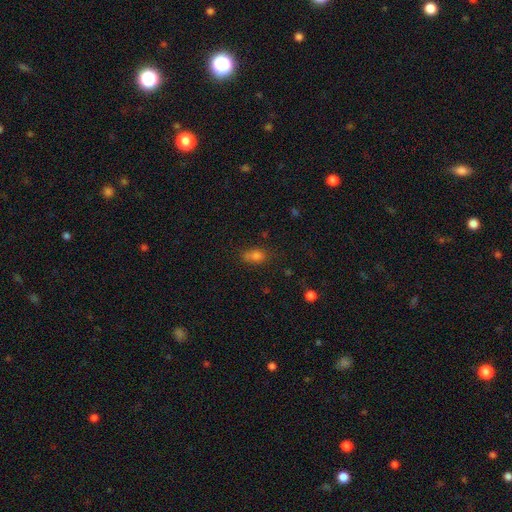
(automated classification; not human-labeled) Smooth or featured?
  - smooth: 75% *
  - star or artifact: 17%
  - featured or disk: 9%
How rounded?
  - in between: 64% *
  - round: 31%
  - cigar-shaped: 5%
Merging?
  - none: 56% *
  - minor disturbance: 23%
  - merger: 12%
  - major disturbance: 8%